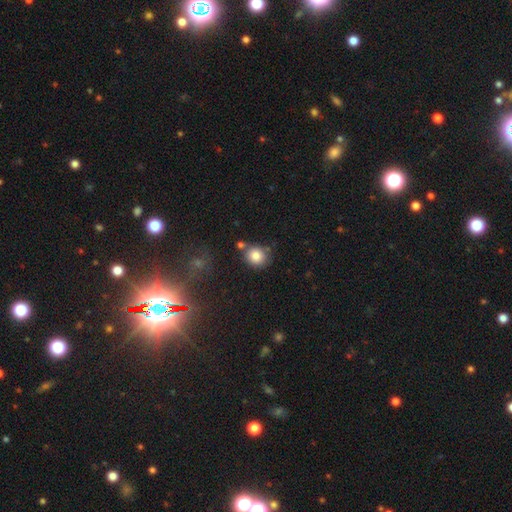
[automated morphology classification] smooth-or-featured: smooth: 83% | star or artifact: 10% | featured or disk: 7%
  how-rounded: round: 81% | in between: 18% | cigar-shaped: 1%
  merging: none: 69% | minor disturbance: 14% | merger: 13% | major disturbance: 4%